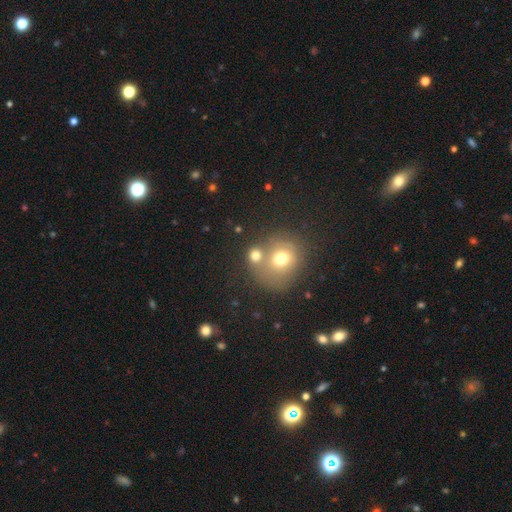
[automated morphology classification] type=smooth (72%); roundness=round (77%); merging=merger (44%).